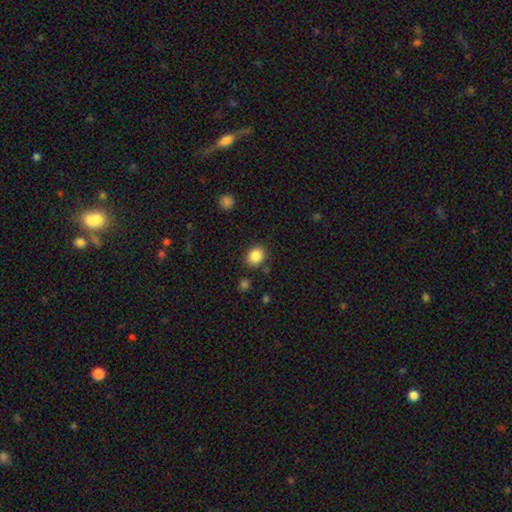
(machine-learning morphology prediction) smooth_or_featured: smooth (p=0.87) [alt: star or artifact p=0.09]
how_rounded: round (p=0.60) [alt: in between p=0.39]
merging: none (p=0.85) [alt: minor disturbance p=0.09]